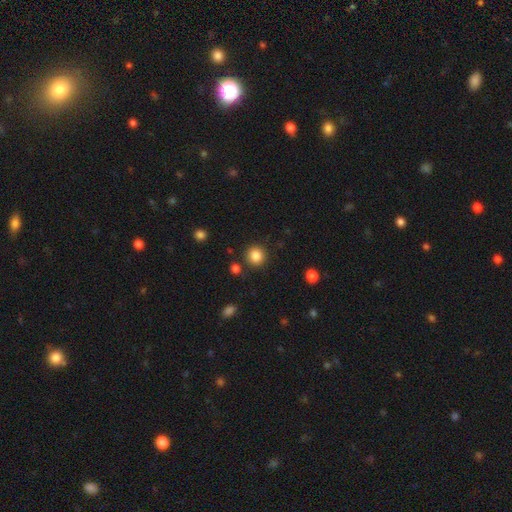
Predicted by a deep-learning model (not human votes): Smooth or featured?
  - smooth: 85% *
  - star or artifact: 11%
  - featured or disk: 4%
How rounded?
  - round: 93% *
  - in between: 6%
  - cigar-shaped: 1%
Merging?
  - none: 88% *
  - minor disturbance: 6%
  - merger: 3%
  - major disturbance: 2%